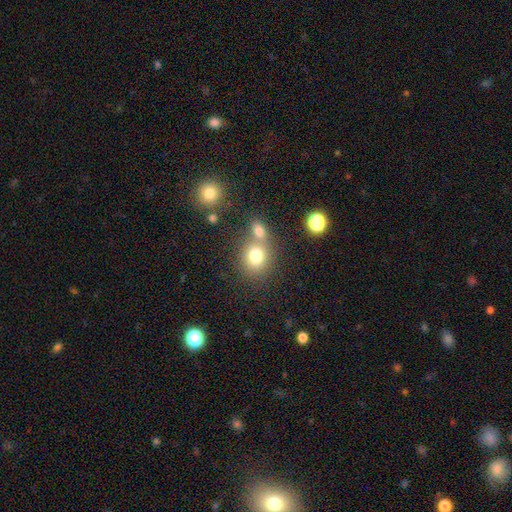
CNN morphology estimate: Smooth or featured? Predicted: smooth (p=0.78). How rounded? Predicted: round (p=0.69). Merging? Predicted: none (p=0.48).